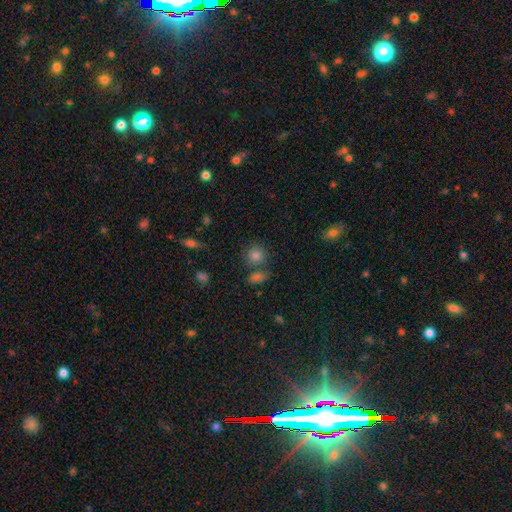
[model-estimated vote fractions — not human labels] Morphology: type=smooth (76%); roundness=round (85%); merging=none (68%).